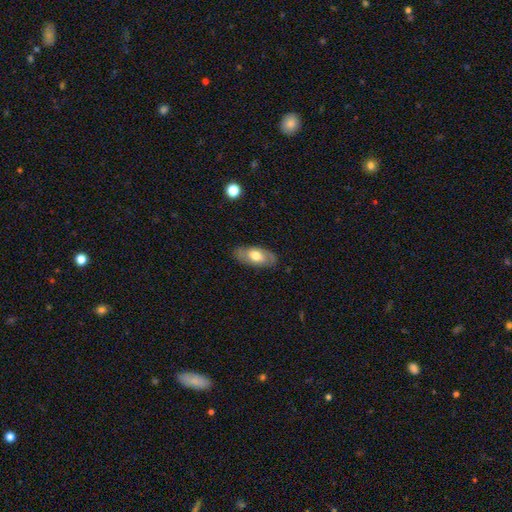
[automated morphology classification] smooth_or_featured: smooth (p=0.60) [alt: featured or disk p=0.34]
how_rounded: in between (p=0.90) [alt: cigar-shaped p=0.06]
merging: none (p=0.82) [alt: minor disturbance p=0.14]